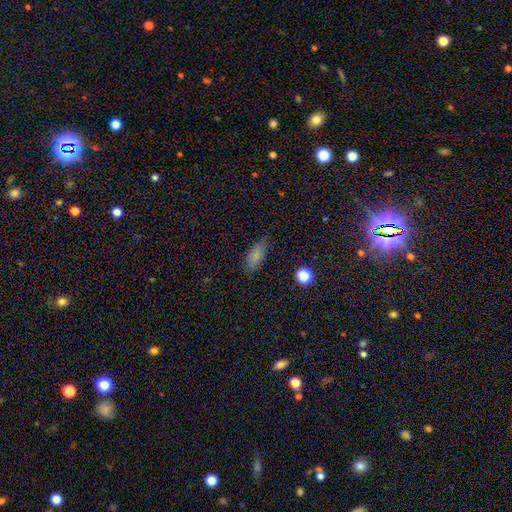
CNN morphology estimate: smooth_or_featured: smooth (p=0.78) [alt: star or artifact p=0.11]
how_rounded: in between (p=0.77) [alt: cigar-shaped p=0.19]
merging: none (p=0.78) [alt: minor disturbance p=0.17]